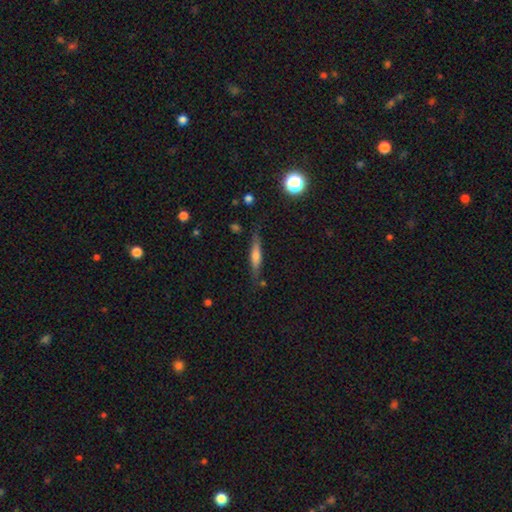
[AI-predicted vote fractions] smooth 49%, featured or disk 43%, star or artifact 8%. Down the decision tree: merging — none (80%).